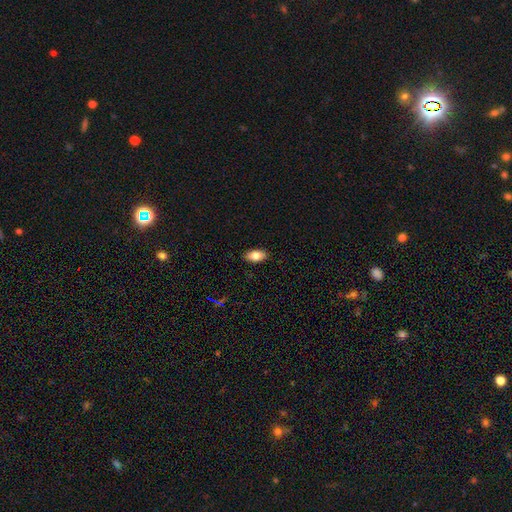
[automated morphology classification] This appears to be a smooth galaxy with no disk features (82%) that is in between round and cigar-shaped (91%). Merging: none (89%).